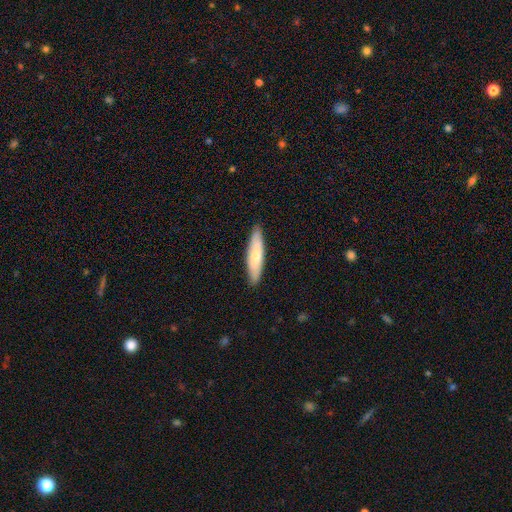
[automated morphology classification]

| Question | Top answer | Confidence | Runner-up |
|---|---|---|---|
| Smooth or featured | smooth | 66% | featured or disk (29%) |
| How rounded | cigar-shaped | 76% | in between (23%) |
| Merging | none | 89% | minor disturbance (9%) |